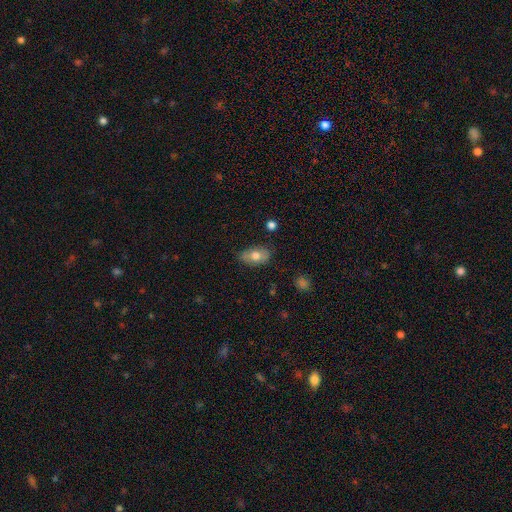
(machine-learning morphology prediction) Q: Smooth or featured?
A: smooth (72%); runner-up: featured or disk (21%)
Q: How rounded?
A: in between (89%); runner-up: round (9%)
Q: Merging?
A: none (73%); runner-up: minor disturbance (21%)